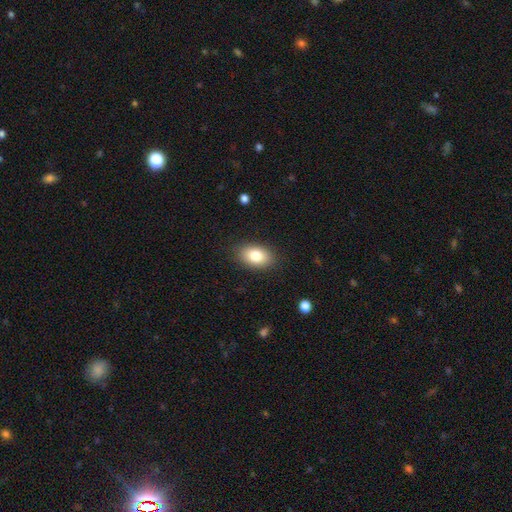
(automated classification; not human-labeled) This is clearly a smooth galaxy (83%). How rounded: clearly in between (90%). Merging: clearly none (86%).